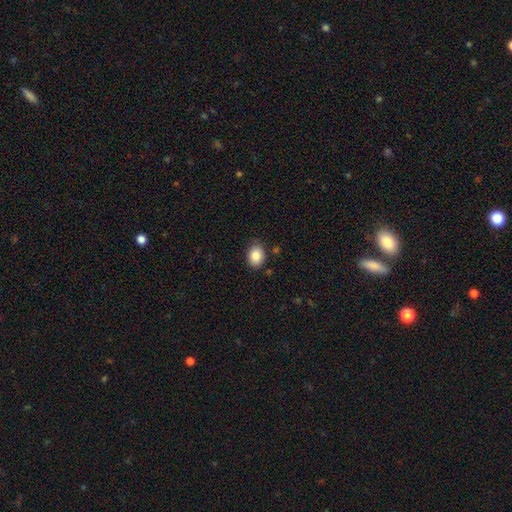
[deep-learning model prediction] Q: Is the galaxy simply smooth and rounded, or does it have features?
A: smooth — 86%.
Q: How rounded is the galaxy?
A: in between — 65%.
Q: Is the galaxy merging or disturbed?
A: none — 82%.